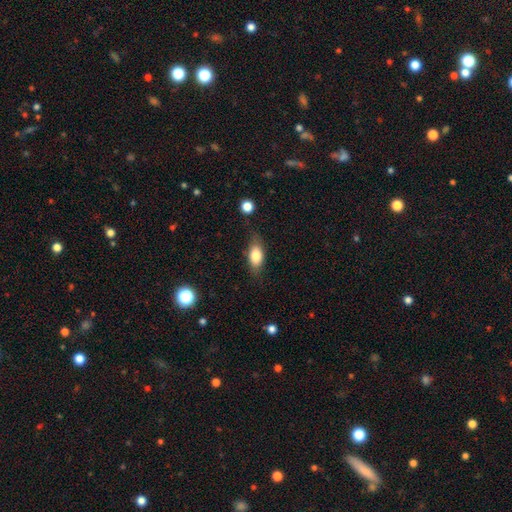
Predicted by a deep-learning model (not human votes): smooth_or_featured: smooth (p=0.78) [alt: featured or disk p=0.15]
how_rounded: in between (p=0.82) [alt: cigar-shaped p=0.11]
merging: none (p=0.73) [alt: minor disturbance p=0.19]